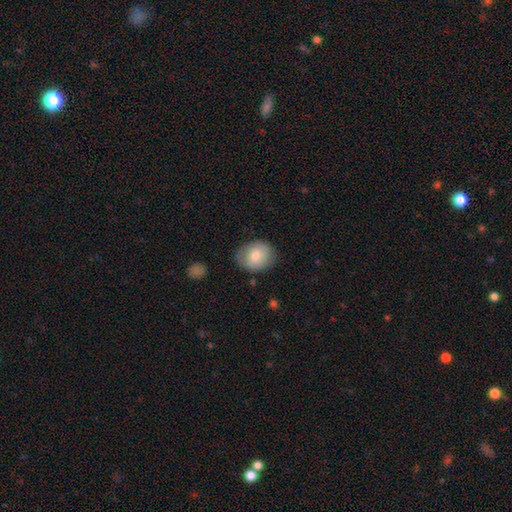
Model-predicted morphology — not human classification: Smooth or featured? Predicted: smooth (p=0.74). How rounded? Predicted: round (p=0.51). Merging? Predicted: none (p=0.75).